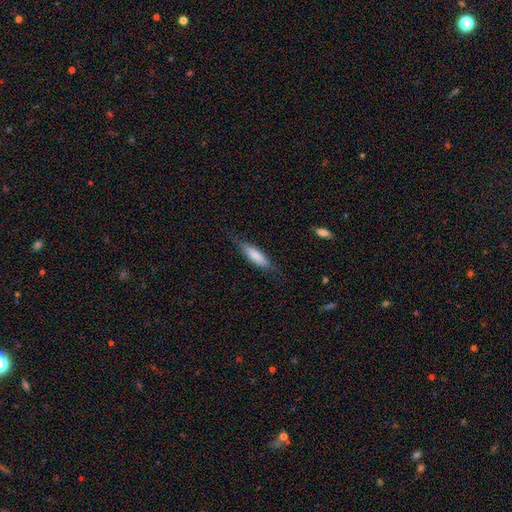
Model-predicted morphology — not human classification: type=smooth (77%); roundness=cigar-shaped (57%); merging=none (75%).